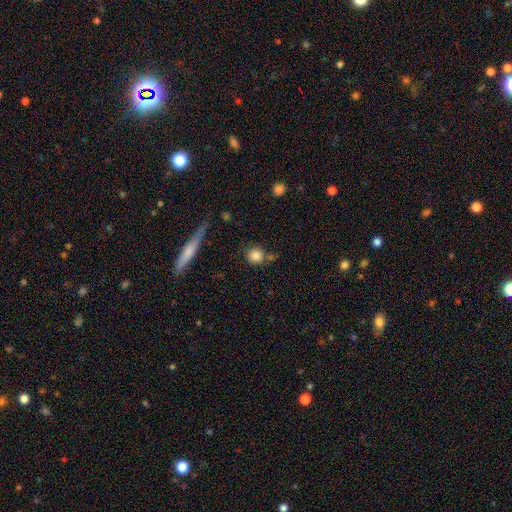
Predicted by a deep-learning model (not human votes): Smooth or featured? Predicted: smooth (p=0.83). How rounded? Predicted: round (p=0.88). Merging? Predicted: none (p=0.68).